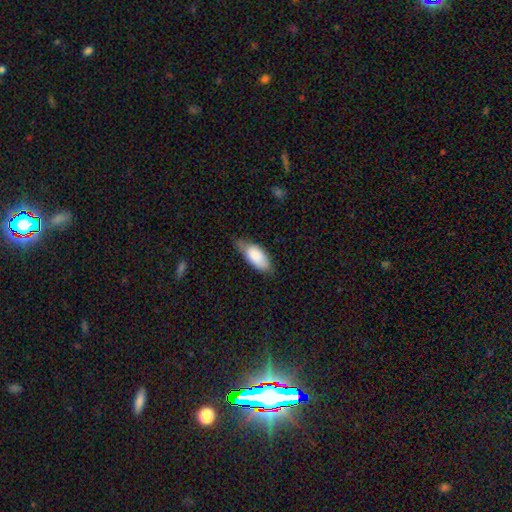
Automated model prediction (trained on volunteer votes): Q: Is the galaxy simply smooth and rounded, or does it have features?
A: smooth — 84%.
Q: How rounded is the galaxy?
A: in between — 87%.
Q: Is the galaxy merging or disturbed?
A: none — 46%.